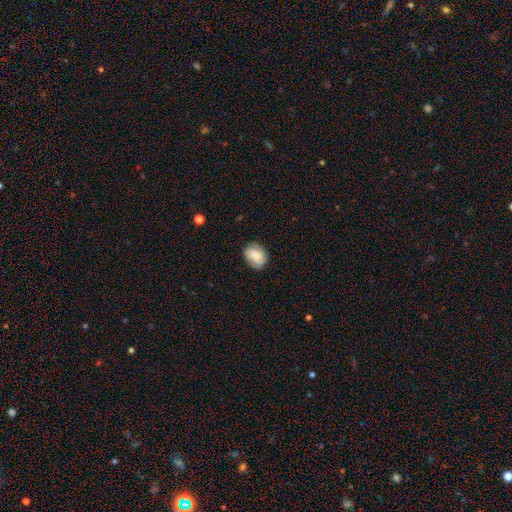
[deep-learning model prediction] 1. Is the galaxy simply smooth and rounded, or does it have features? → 59% smooth, 32% featured or disk, 9% star or artifact.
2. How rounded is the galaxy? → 57% in between, 42% round, 1% cigar-shaped.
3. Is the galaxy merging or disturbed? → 75% none, 19% minor disturbance, 5% major disturbance, 1% merger.